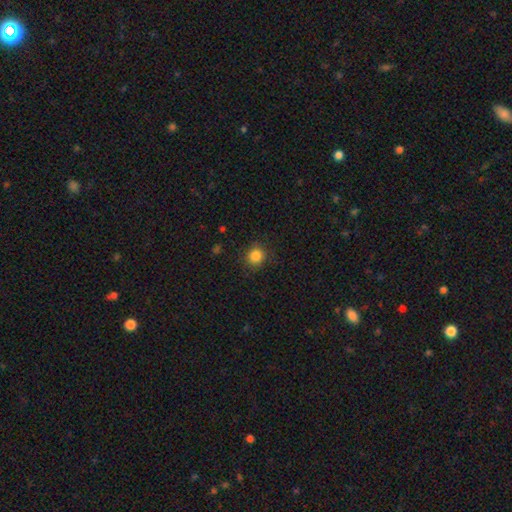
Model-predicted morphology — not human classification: Overall: smooth (85%). How rounded: round (86%). Merging: none (86%).